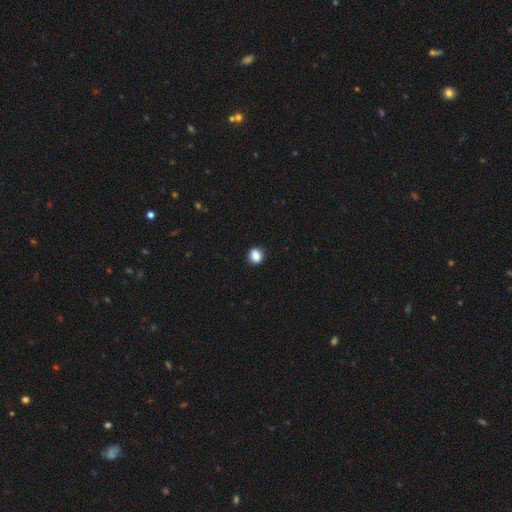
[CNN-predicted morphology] This appears to be a smooth galaxy with no disk features (86%) that is round (66%). Merging: none (89%).